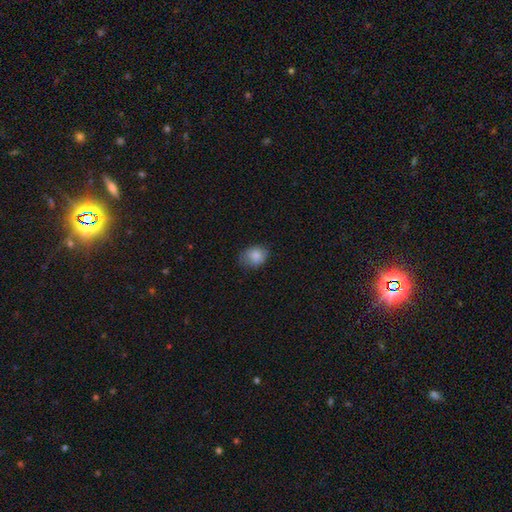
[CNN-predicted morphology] The model was most divided on "how rounded": in between: 56%, round: 43%, cigar-shaped: 1%. More confident: smooth or featured — smooth (84%); merging — none (69%).